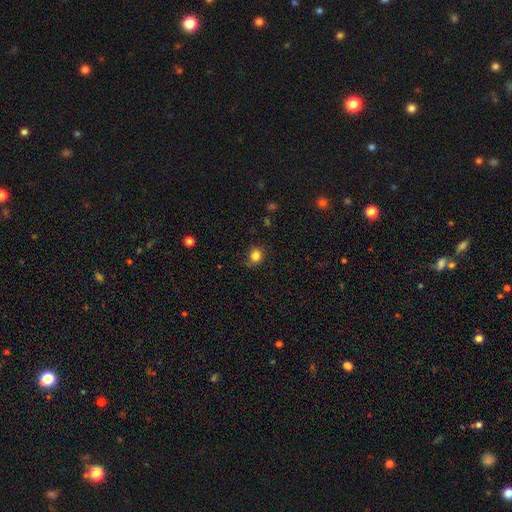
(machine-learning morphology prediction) The model was most divided on "how rounded": round: 73%, in between: 26%, cigar-shaped: 1%. More confident: smooth or featured — smooth (83%); merging — none (80%).